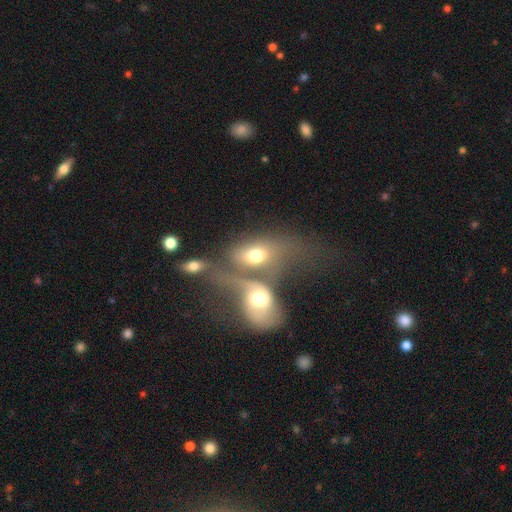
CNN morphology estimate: Smooth or featured? Predicted: smooth (p=0.60). How rounded? Predicted: in between (p=0.76). Merging? Predicted: merger (p=0.71).